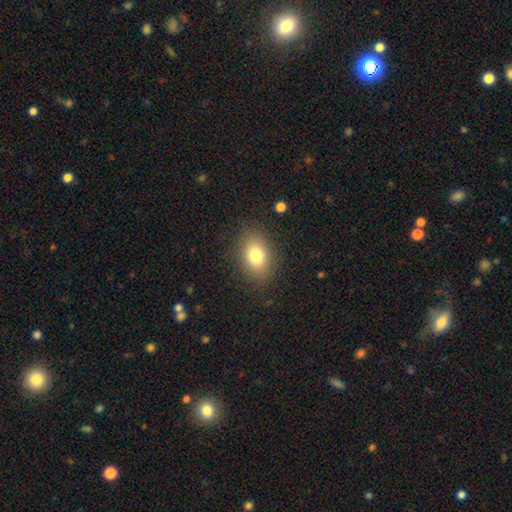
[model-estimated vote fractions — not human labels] Morphology: type=smooth (79%); roundness=in between (75%); merging=none (85%).